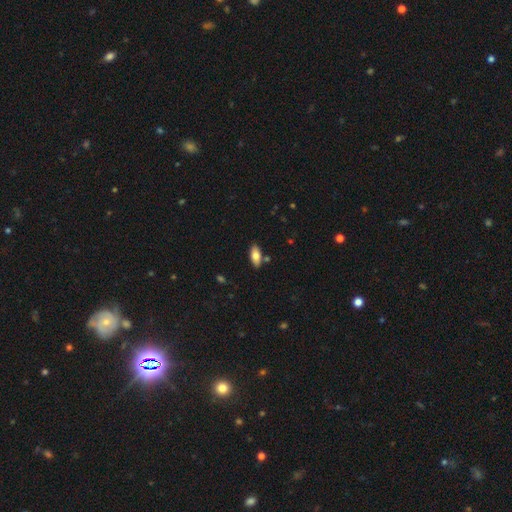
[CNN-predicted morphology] Q: Smooth or featured?
A: smooth (78%); runner-up: featured or disk (15%)
Q: How rounded?
A: in between (87%); runner-up: cigar-shaped (10%)
Q: Merging?
A: none (82%); runner-up: minor disturbance (11%)